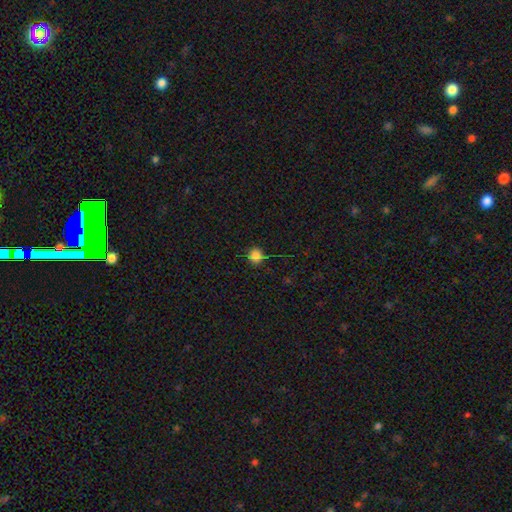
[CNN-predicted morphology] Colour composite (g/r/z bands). It shows a smooth galaxy with no disk features (84%) that is round (93%). Merging: none (83%).